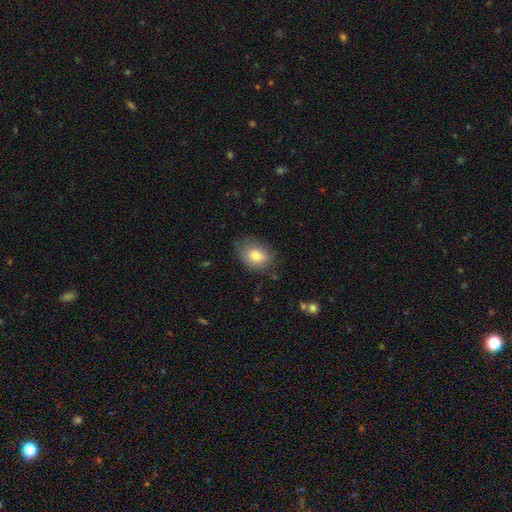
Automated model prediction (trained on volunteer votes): Smooth or featured: smooth — 81% (featured or disk — 11%)
How rounded: in between — 73% (round — 26%)
Merging: none — 72% (minor disturbance — 21%)